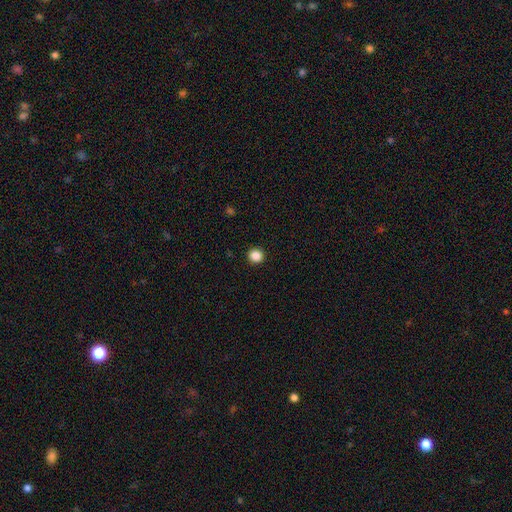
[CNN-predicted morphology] Q: Smooth or featured?
A: smooth (87%); runner-up: star or artifact (11%)
Q: How rounded?
A: round (94%); runner-up: in between (5%)
Q: Merging?
A: none (93%); runner-up: minor disturbance (4%)